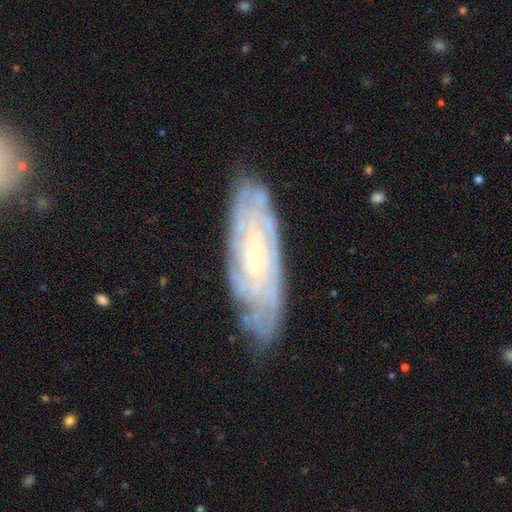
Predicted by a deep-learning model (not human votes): Morphology: type=featured or disk (82%); edge-on=no (86%); bar=no (71%); spiral arms=yes (95%); winding=tight (80%); arm count=can't tell (47%); bulge=small (80%); merging=none (78%).